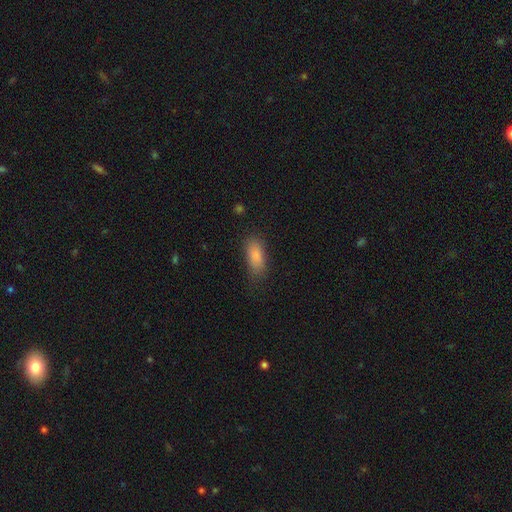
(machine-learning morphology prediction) A smooth galaxy with no disk features (86%) that is in between round and cigar-shaped (81%).

Vote fractions:
- Smooth or featured? smooth: 86% / star or artifact: 8% / featured or disk: 6%
- How rounded? in between: 81% / cigar-shaped: 17% / round: 3%
- Merging? none: 74% / minor disturbance: 18% / major disturbance: 6% / merger: 1%